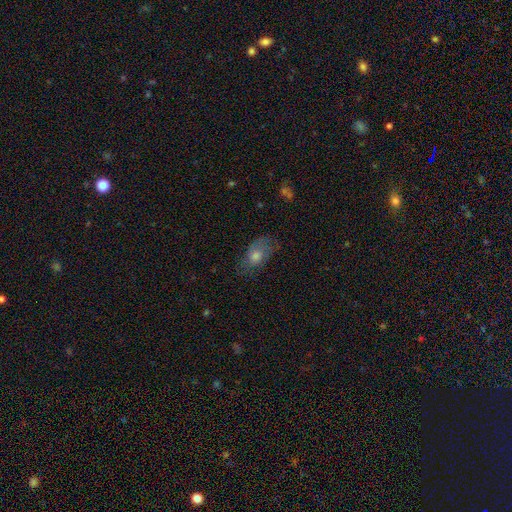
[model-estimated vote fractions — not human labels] Smooth or featured? Predicted: smooth (p=0.57). How rounded? Predicted: in between (p=0.84). Merging? Predicted: none (p=0.63).